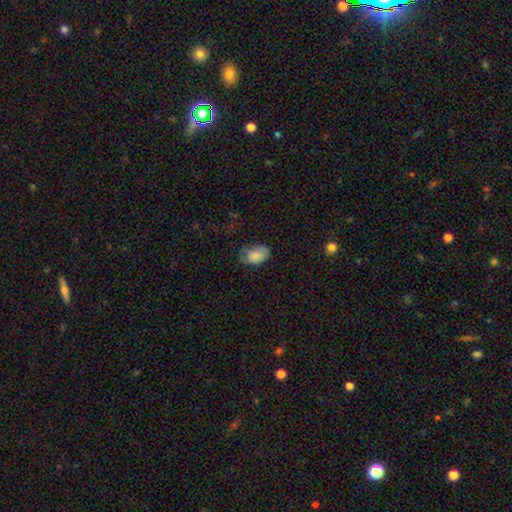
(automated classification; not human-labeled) This appears to be a smooth galaxy with no disk features (83%) that is in between round and cigar-shaped (88%). Merging: none (53%).